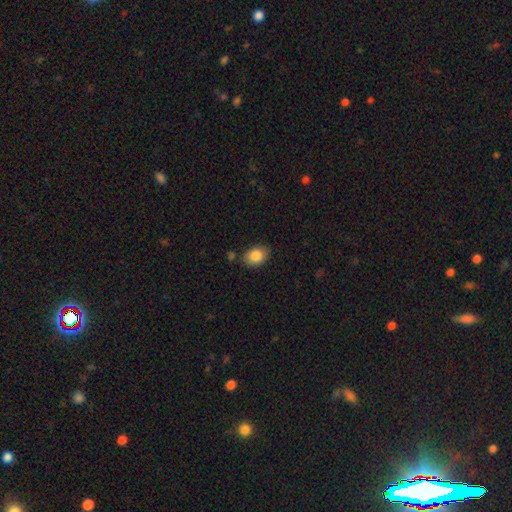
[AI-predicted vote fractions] Q: Smooth or featured?
A: smooth (85%); runner-up: featured or disk (8%)
Q: How rounded?
A: in between (78%); runner-up: round (21%)
Q: Merging?
A: none (80%); runner-up: minor disturbance (14%)